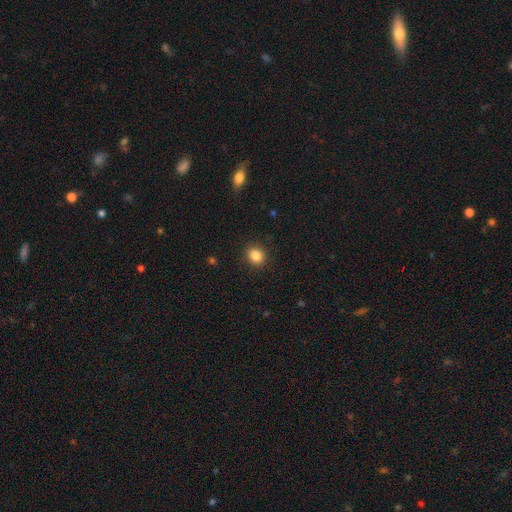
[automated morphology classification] Smooth or featured? Predicted: smooth (p=0.86). How rounded? Predicted: round (p=0.64). Merging? Predicted: none (p=0.90).